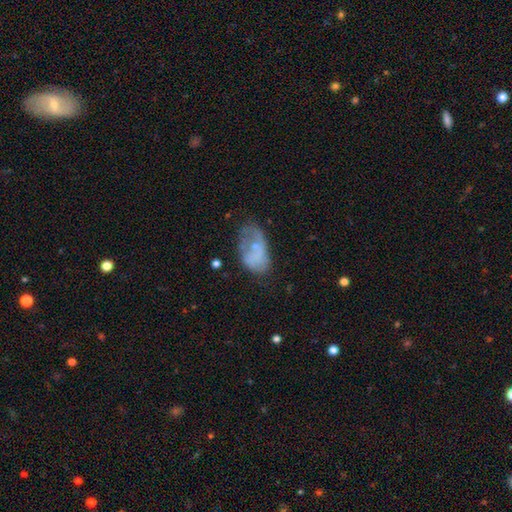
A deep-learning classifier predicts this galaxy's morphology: Smooth or featured?
  - smooth: 51% *
  - featured or disk: 40%
  - star or artifact: 9%
How rounded?
  - in between: 91% *
  - round: 7%
  - cigar-shaped: 2%
Merging?
  - none: 33% *
  - minor disturbance: 31%
  - major disturbance: 30%
  - merger: 6%